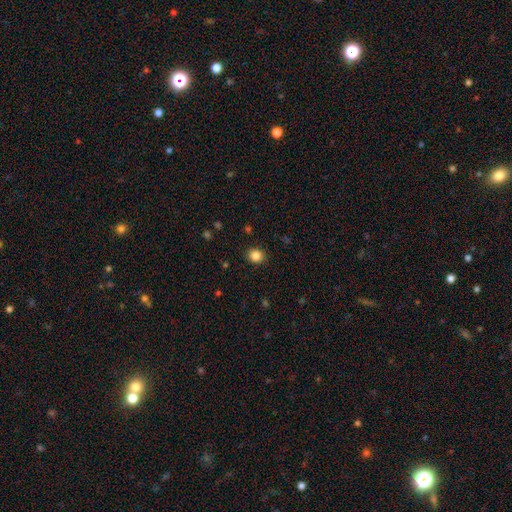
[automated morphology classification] This appears to be a smooth galaxy with no disk features (85%) that is round (78%). Merging: none (90%).